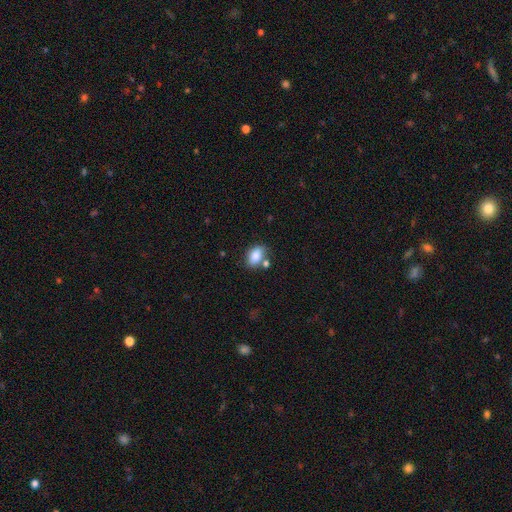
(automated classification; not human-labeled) Smooth or featured: smooth — 84% (star or artifact — 8%)
How rounded: in between — 85% (round — 13%)
Merging: none — 62% (merger — 17%)